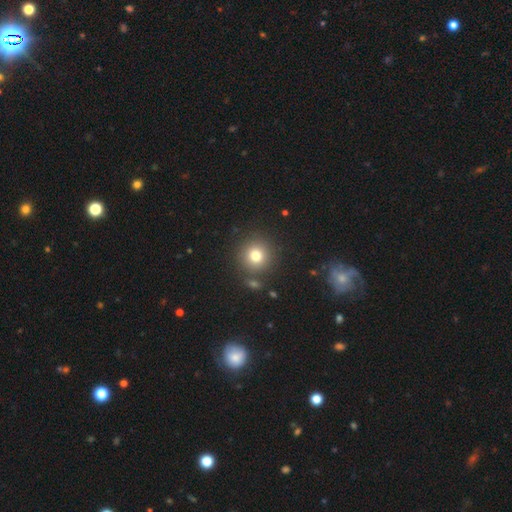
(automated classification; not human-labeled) This is likely a smooth galaxy (77%). How rounded: clearly round (94%). Merging: clearly none (85%).